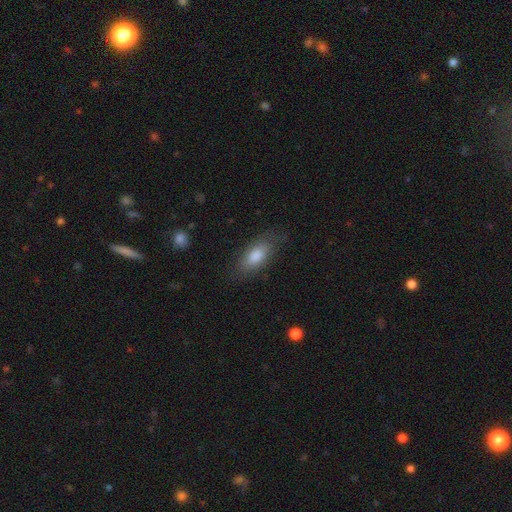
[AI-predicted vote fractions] Overall: smooth (79%). How rounded: in between (81%). Merging: none (77%).